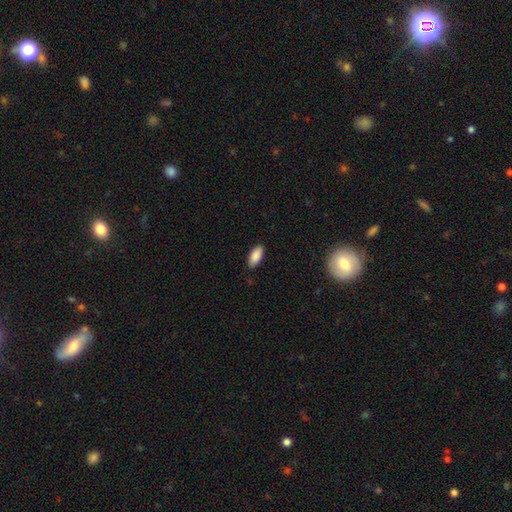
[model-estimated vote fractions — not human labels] Smooth or featured? Predicted: smooth (p=0.89). How rounded? Predicted: in between (p=0.89). Merging? Predicted: none (p=0.85).